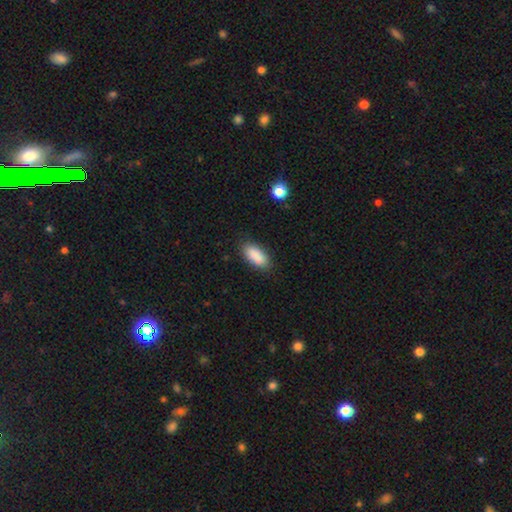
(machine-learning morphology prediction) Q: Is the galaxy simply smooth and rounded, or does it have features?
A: smooth — 89%.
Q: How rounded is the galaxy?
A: in between — 87%.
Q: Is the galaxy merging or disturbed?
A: none — 84%.